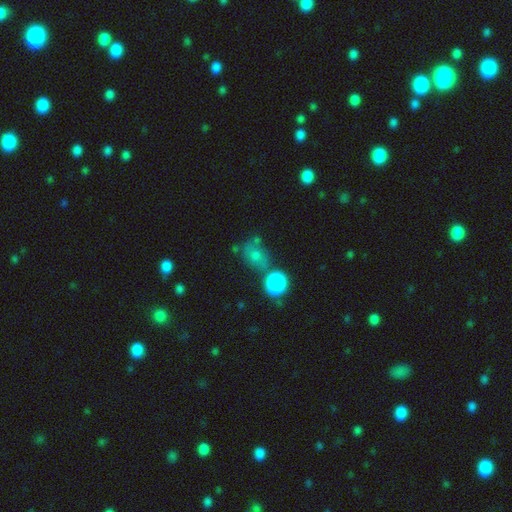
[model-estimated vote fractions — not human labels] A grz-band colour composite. It shows a smooth galaxy with no disk features (52%) that is round (64%). Merging: none (53%).